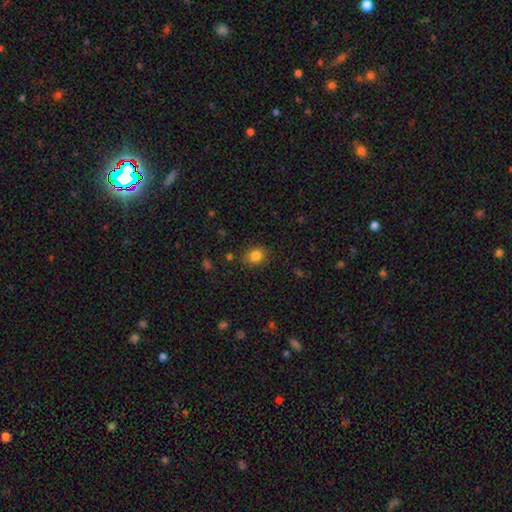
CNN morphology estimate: Smooth or featured? smooth (83%)
How rounded? round (62%)
Merging? none (83%)